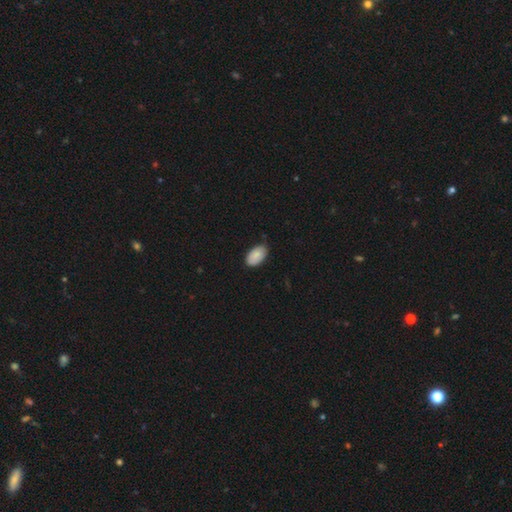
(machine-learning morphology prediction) A smooth galaxy with no disk features (88%) that is in between round and cigar-shaped (95%).

Vote fractions:
- Smooth or featured? smooth: 88% / star or artifact: 6% / featured or disk: 6%
- How rounded? in between: 95% / round: 4% / cigar-shaped: 1%
- Merging? none: 78% / minor disturbance: 18% / major disturbance: 2% / merger: 1%